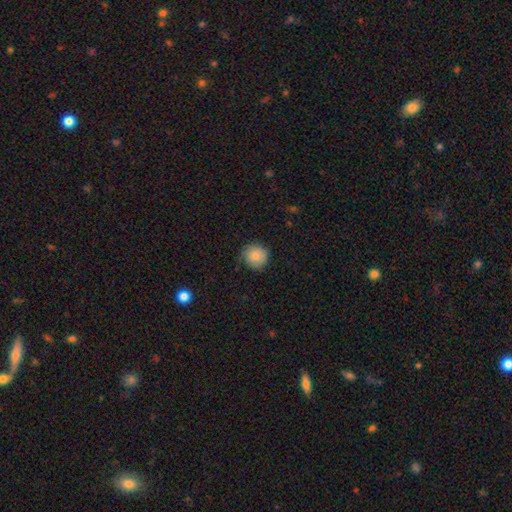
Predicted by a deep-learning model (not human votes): A smooth galaxy with no disk features (85%) that is round (93%).

Vote fractions:
- Smooth or featured? smooth: 85% / star or artifact: 8% / featured or disk: 7%
- How rounded? round: 93% / in between: 7% / cigar-shaped: 1%
- Merging? none: 80% / minor disturbance: 16% / major disturbance: 3% / merger: 1%